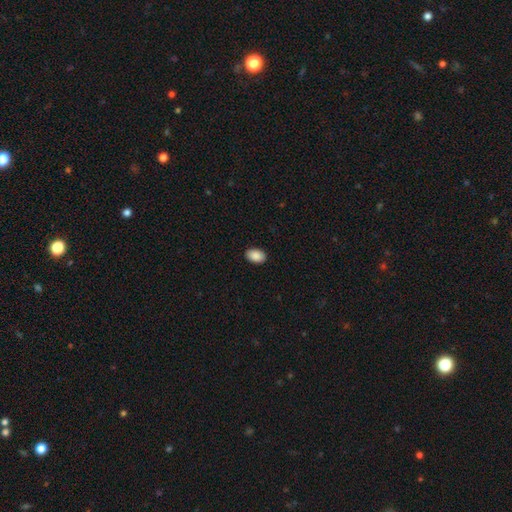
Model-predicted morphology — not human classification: Smooth or featured? smooth (90%)
How rounded? in between (88%)
Merging? none (90%)